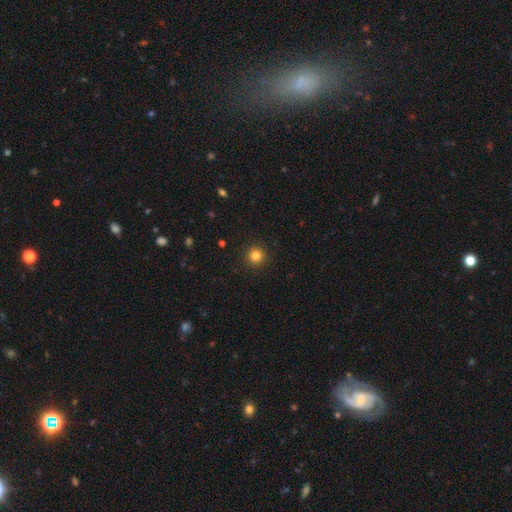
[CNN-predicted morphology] Smooth or featured? smooth (83%)
How rounded? round (95%)
Merging? none (93%)